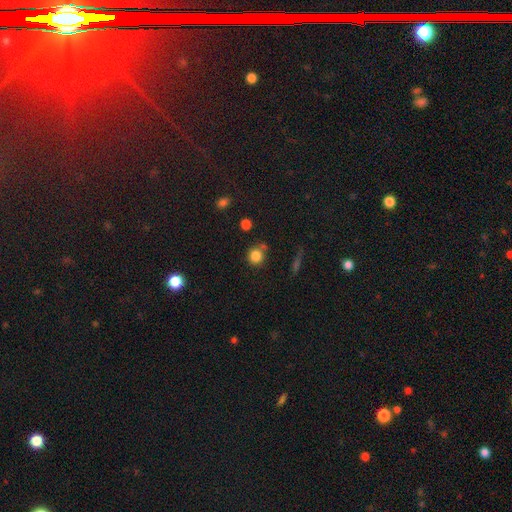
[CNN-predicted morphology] The model was most divided on "merging": none: 70%, minor disturbance: 14%, merger: 11%, major disturbance: 5%. More confident: how rounded — round (88%); smooth or featured — smooth (83%).